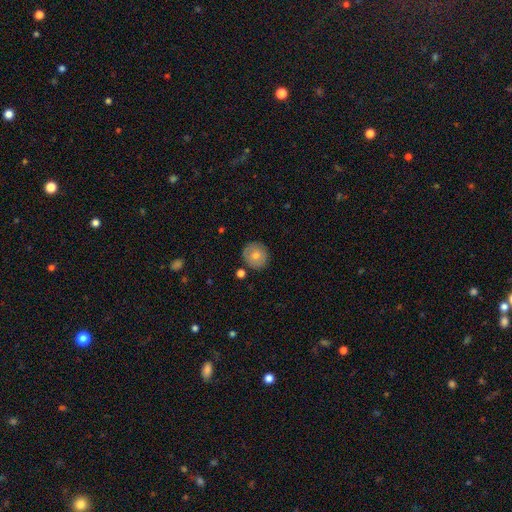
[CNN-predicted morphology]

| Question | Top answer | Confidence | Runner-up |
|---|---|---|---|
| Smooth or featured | smooth | 71% | featured or disk (21%) |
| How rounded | round | 90% | in between (9%) |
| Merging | none | 84% | minor disturbance (10%) |